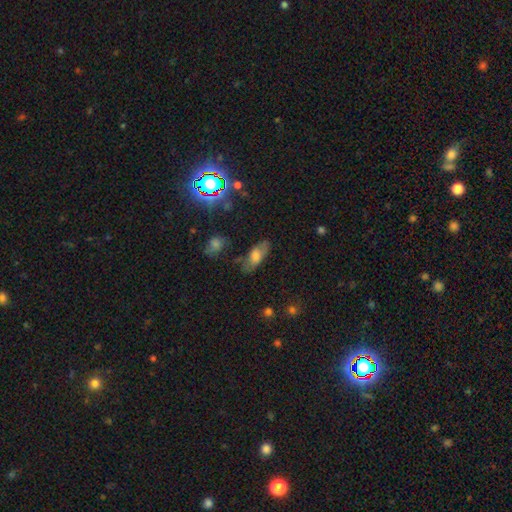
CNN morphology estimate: This is likely a smooth galaxy (61%). How rounded: likely in between (77%). Merging: likely none (67%).